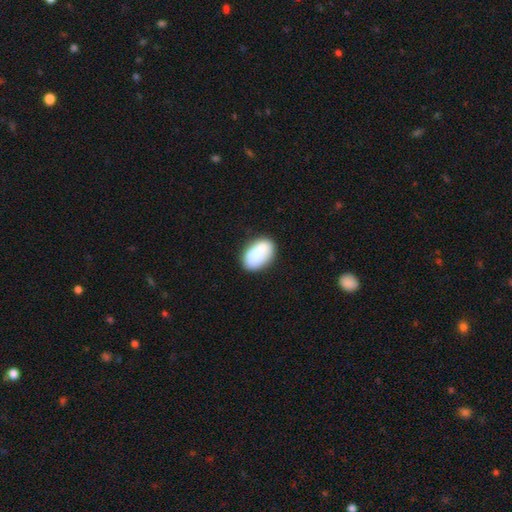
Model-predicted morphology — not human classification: A smooth galaxy with no disk features (76%) that is in between round and cigar-shaped (88%). Merging: none (52%).